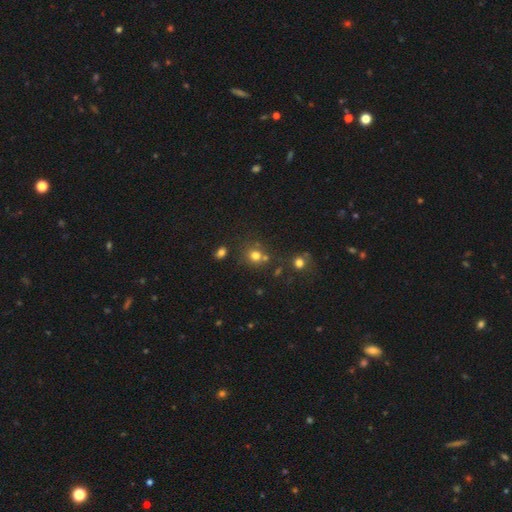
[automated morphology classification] smooth-or-featured: smooth: 74% | star or artifact: 18% | featured or disk: 8%
  how-rounded: round: 83% | in between: 16% | cigar-shaped: 1%
  merging: none: 65% | merger: 20% | minor disturbance: 11% | major disturbance: 4%